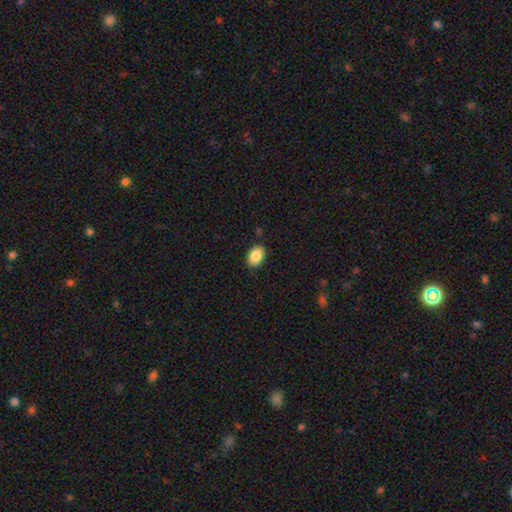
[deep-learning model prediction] The model was most divided on "how rounded": in between: 83%, round: 16%, cigar-shaped: 1%. More confident: merging — none (88%); smooth or featured — smooth (87%).